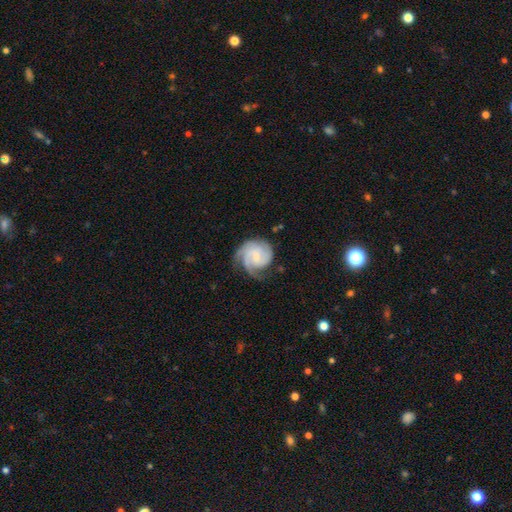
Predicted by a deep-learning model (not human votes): Morphology: type=featured or disk (80%); edge-on=no (98%); bar=no (47%); spiral arms=yes (96%); winding=tight (54%); arm count=2 (31%); bulge=small (57%); merging=none (60%).